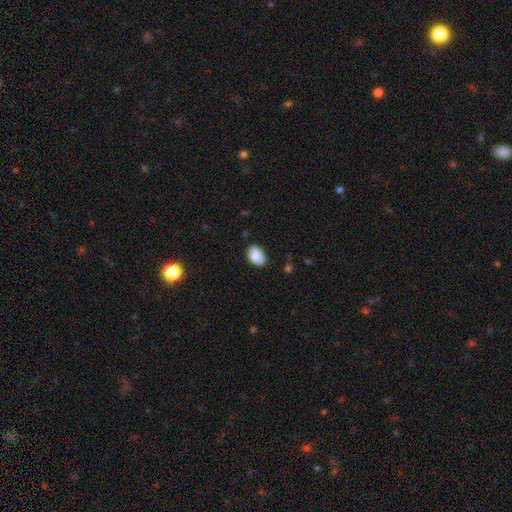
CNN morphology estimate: Q: Smooth or featured?
A: smooth (80%); runner-up: featured or disk (12%)
Q: How rounded?
A: in between (88%); runner-up: round (10%)
Q: Merging?
A: none (76%); runner-up: minor disturbance (19%)